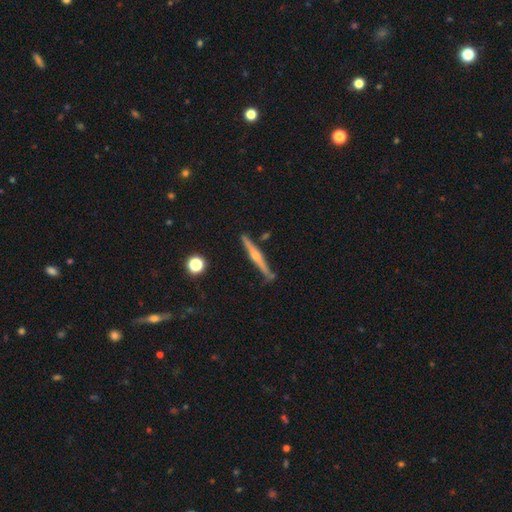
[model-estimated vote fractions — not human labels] smooth-or-featured: featured or disk: 75% | smooth: 19% | star or artifact: 6%
  disk-edge-on: yes: 98% | no: 2%
    edge-on-bulge: rounded: 86% | none: 9% | boxy: 4%
  merging: none: 86% | minor disturbance: 10% | merger: 3% | major disturbance: 2%